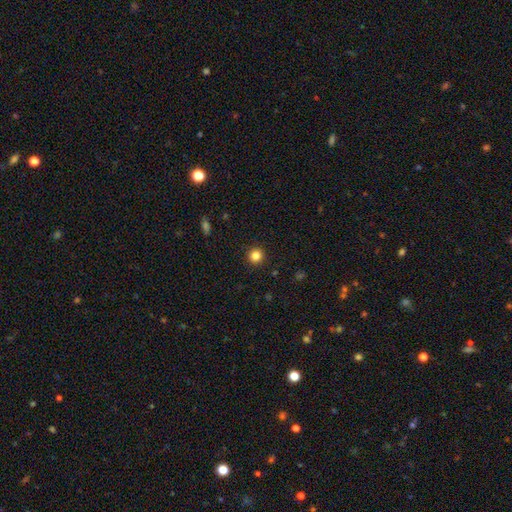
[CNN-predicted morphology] This is clearly a smooth galaxy (83%). How rounded: clearly round (95%). Merging: clearly none (93%).